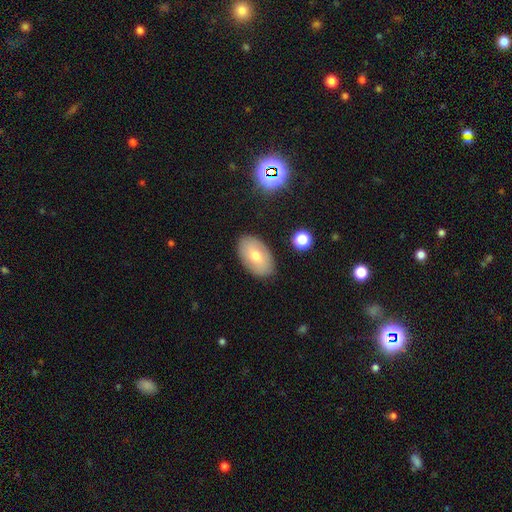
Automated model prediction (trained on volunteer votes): Overall: smooth (67%). How rounded: in between (92%). Merging: none (86%).